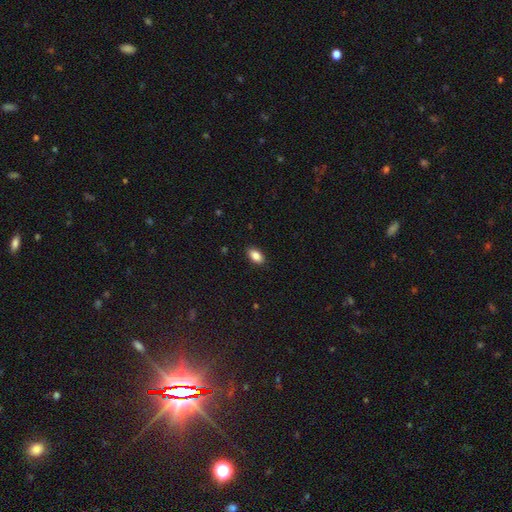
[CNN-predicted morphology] Smooth or featured?
  - smooth: 87% *
  - star or artifact: 8%
  - featured or disk: 5%
How rounded?
  - in between: 92% *
  - round: 5%
  - cigar-shaped: 3%
Merging?
  - none: 89% *
  - minor disturbance: 8%
  - major disturbance: 2%
  - merger: 1%